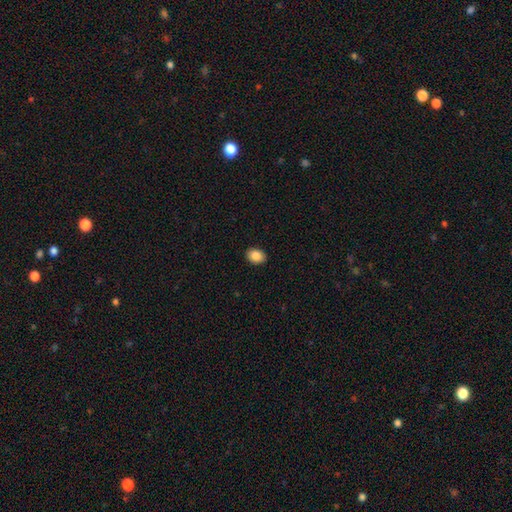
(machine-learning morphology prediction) A smooth galaxy with no disk features (88%) that is in between round and cigar-shaped (69%). Merging: none (90%).